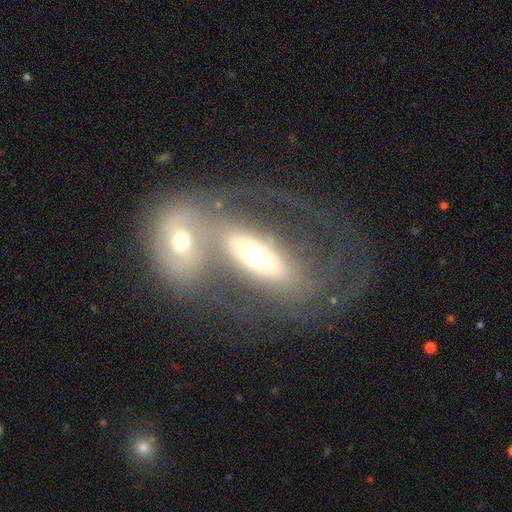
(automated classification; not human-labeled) Q: Smooth or featured?
A: featured or disk (62%); runner-up: smooth (31%)
Q: Edge-on disk?
A: no (85%); runner-up: yes (15%)
Q: Bar?
A: no (50%); runner-up: weak (25%)
Q: Spiral arms?
A: yes (51%); runner-up: no (49%)
Q: Bulge size?
A: moderate (59%); runner-up: small (23%)
Q: Merging?
A: merger (73%); runner-up: none (11%)